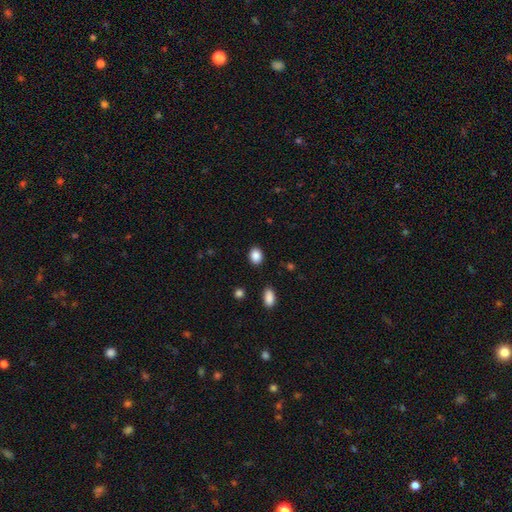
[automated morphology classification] This appears to be a smooth galaxy with no disk features (88%) that is in between round and cigar-shaped (56%). Merging: none (88%).